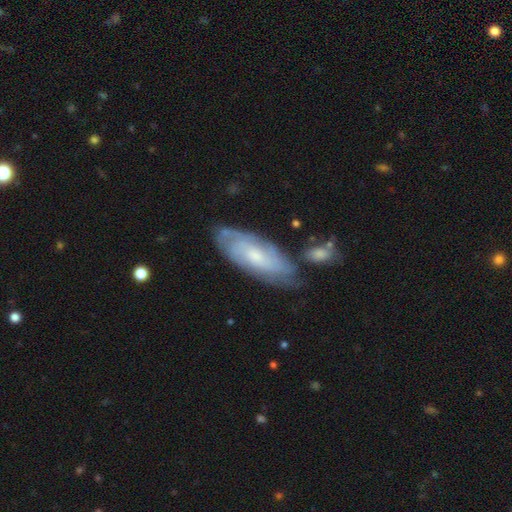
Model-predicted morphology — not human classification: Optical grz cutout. It shows a featured or disk galaxy (71%) with no bar (67%), tight (63%) spiral arms (90%) and a small central bulge (55%). Merging: none (66%).